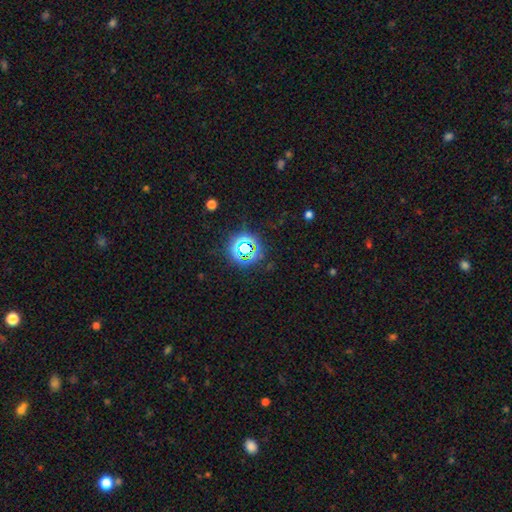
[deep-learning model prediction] Smooth or featured: star or artifact — 60% (smooth — 32%)